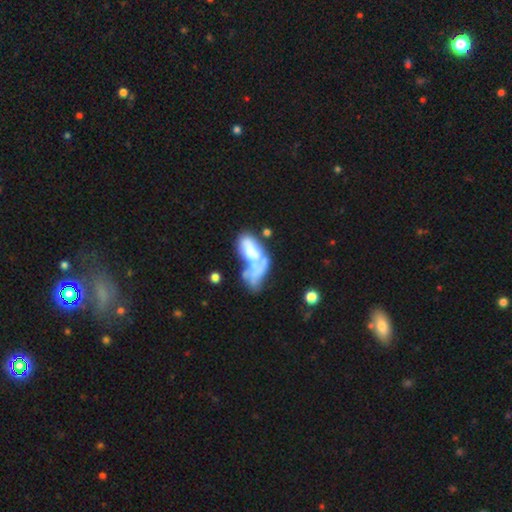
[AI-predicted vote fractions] Smooth or featured? Predicted: smooth (p=0.47). Merging? Predicted: merger (p=0.45).